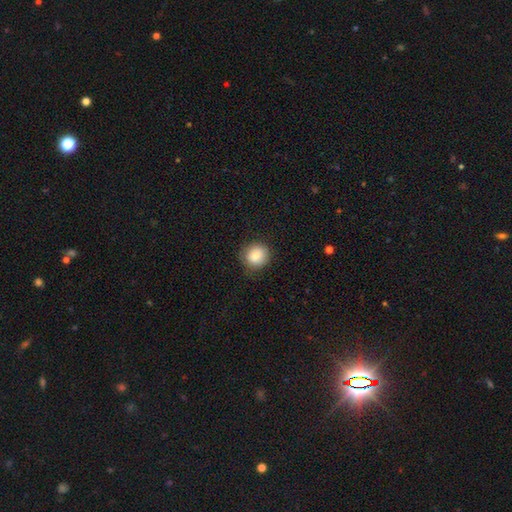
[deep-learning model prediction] A smooth galaxy with no disk features (86%) that is round (89%).

Vote fractions:
- Smooth or featured? smooth: 86% / star or artifact: 8% / featured or disk: 5%
- How rounded? round: 89% / in between: 10% / cigar-shaped: 1%
- Merging? none: 83% / minor disturbance: 13% / major disturbance: 3% / merger: 1%